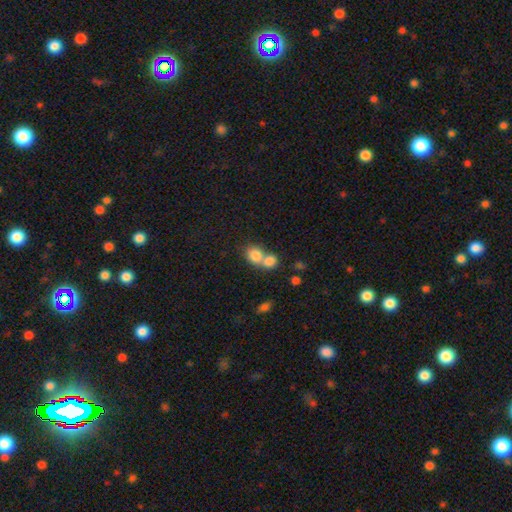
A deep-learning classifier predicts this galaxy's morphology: Smooth or featured? smooth (80%)
How rounded? round (70%)
Merging? merger (62%)